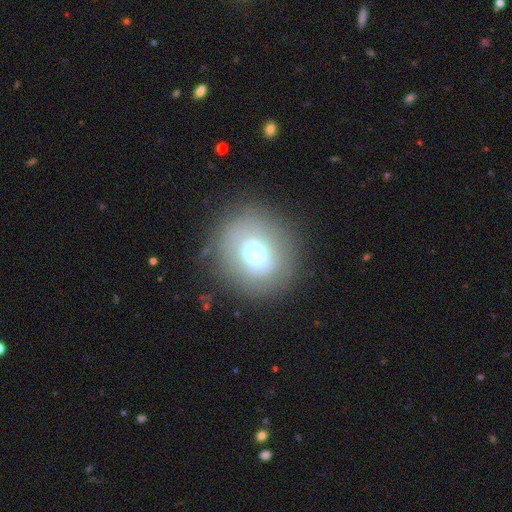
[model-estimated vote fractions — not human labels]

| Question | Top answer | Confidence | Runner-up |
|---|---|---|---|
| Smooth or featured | smooth | 55% | featured or disk (33%) |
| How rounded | round | 80% | in between (19%) |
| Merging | none | 74% | minor disturbance (15%) |